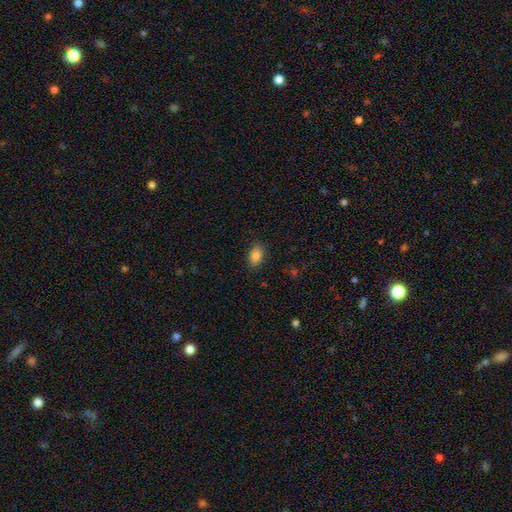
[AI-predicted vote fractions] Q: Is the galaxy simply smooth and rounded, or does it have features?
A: smooth — 85%.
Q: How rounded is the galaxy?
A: in between — 86%.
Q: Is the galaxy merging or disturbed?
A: none — 86%.